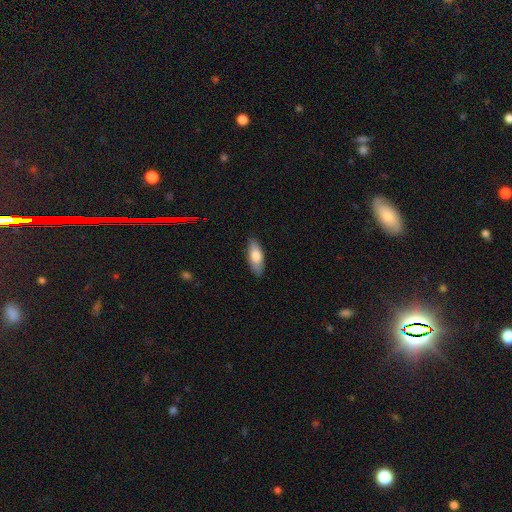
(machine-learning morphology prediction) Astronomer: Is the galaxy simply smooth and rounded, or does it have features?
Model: smooth — 77%.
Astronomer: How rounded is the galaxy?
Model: in between — 75%.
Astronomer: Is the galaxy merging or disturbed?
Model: none — 86%.